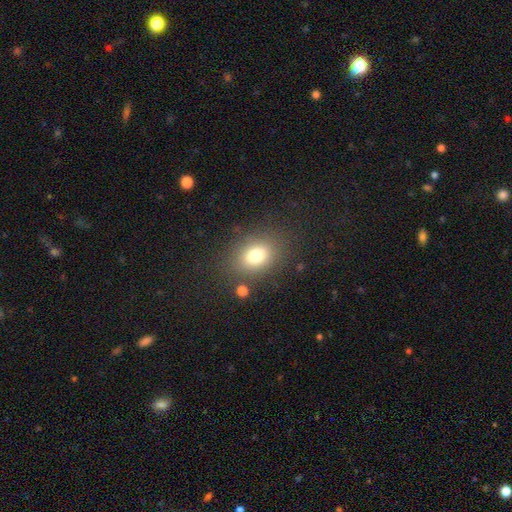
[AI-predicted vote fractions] This appears to be a smooth galaxy with no disk features (77%) that is in between round and cigar-shaped (64%). Merging: none (81%).